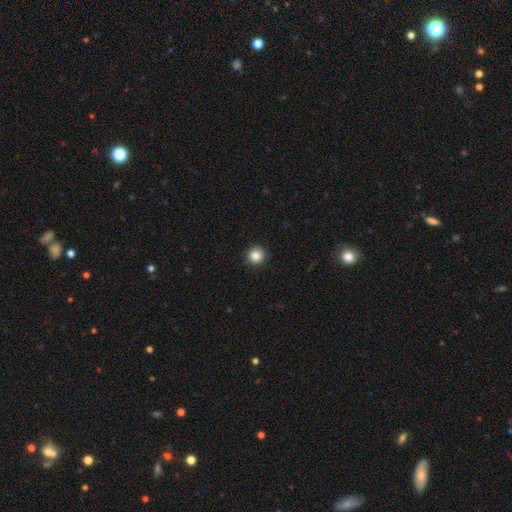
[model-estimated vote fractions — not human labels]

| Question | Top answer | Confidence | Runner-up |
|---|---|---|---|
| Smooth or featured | smooth | 86% | star or artifact (10%) |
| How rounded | round | 95% | in between (4%) |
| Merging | none | 92% | minor disturbance (5%) |